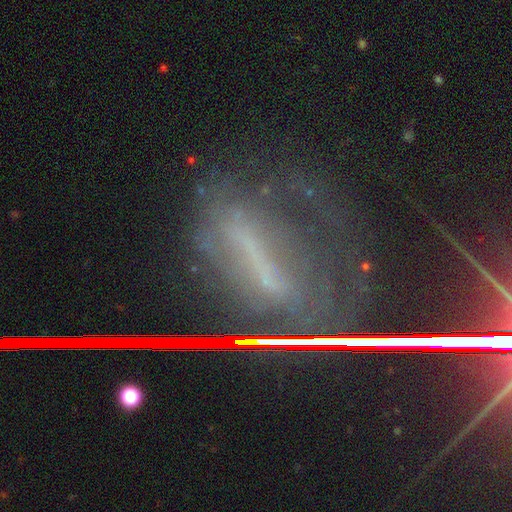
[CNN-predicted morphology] smooth-or-featured: featured or disk: 42% | star or artifact: 40% | smooth: 18%
  merging: none: 53% | major disturbance: 22% | minor disturbance: 21% | merger: 4%